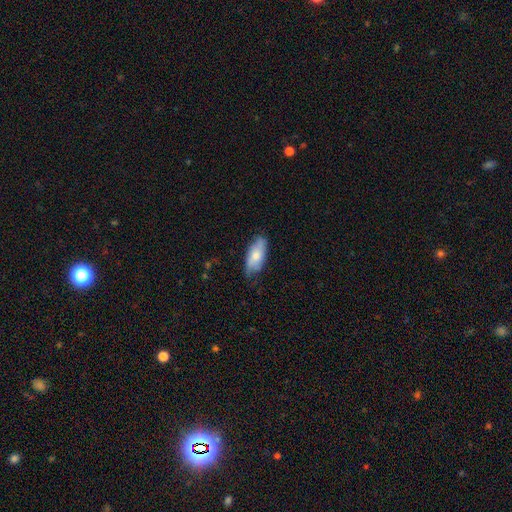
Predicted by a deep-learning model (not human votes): Smooth or featured: smooth — 72% (featured or disk — 22%)
How rounded: in between — 85% (cigar-shaped — 13%)
Merging: none — 70% (minor disturbance — 24%)